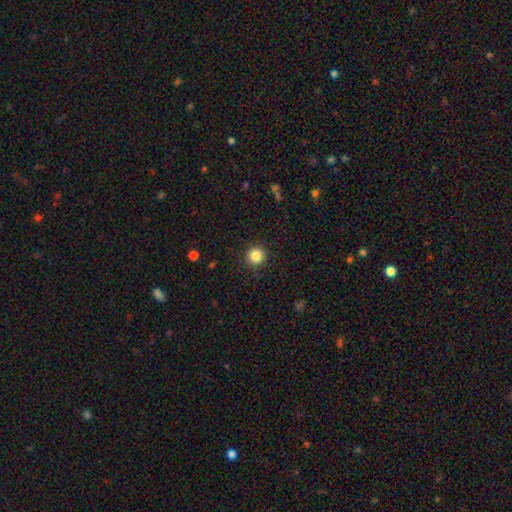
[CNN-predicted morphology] The model was most divided on "smooth or featured": smooth: 85%, star or artifact: 11%, featured or disk: 4%. More confident: how rounded — round (95%); merging — none (92%).